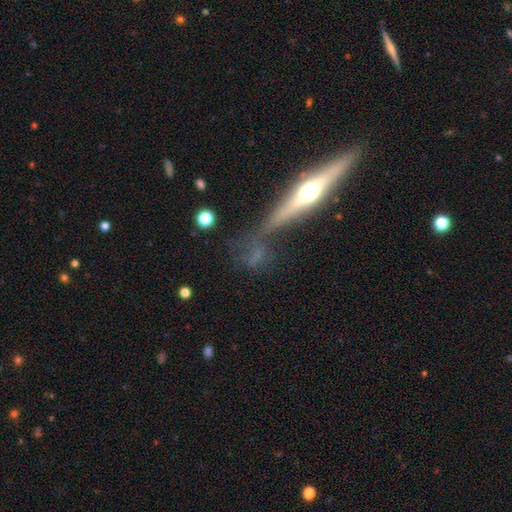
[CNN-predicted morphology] Smooth or featured? featured or disk (41%)
Merging? none (53%)